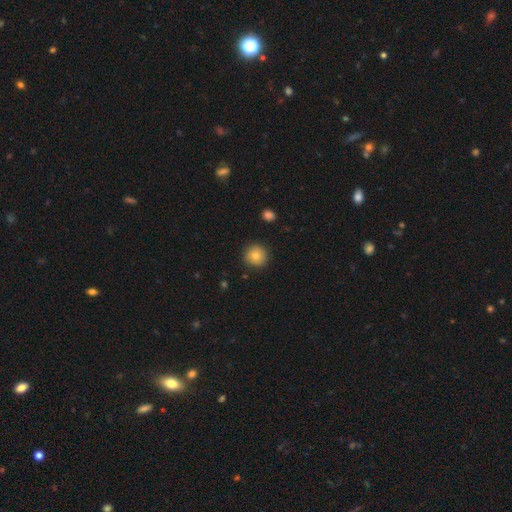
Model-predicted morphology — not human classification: smooth 80%, star or artifact 10%, featured or disk 10%. Down the decision tree: how rounded — round (94%); merging — none (90%).